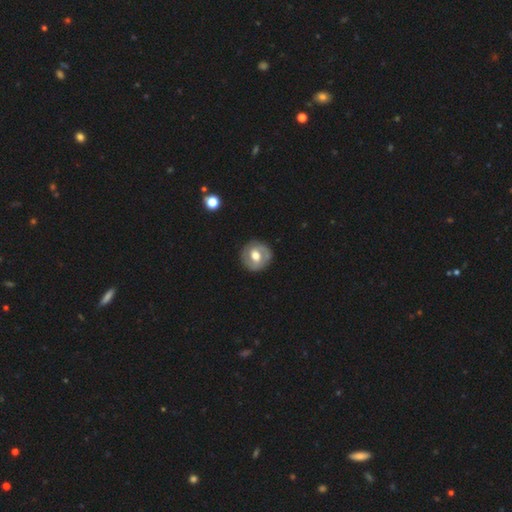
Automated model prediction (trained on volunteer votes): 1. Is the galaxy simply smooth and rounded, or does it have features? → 56% featured or disk, 38% smooth, 6% star or artifact.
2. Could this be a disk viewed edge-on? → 96% no, 4% yes.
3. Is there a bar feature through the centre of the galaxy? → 44% no, 40% weak, 16% strong.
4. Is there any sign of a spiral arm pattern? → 50% no (tied), 50% yes (tied).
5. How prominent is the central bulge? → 67% moderate, 25% large, 6% small, 1% dominant, 1% none.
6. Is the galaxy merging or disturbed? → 86% none, 10% minor disturbance, 3% major disturbance, 1% merger.